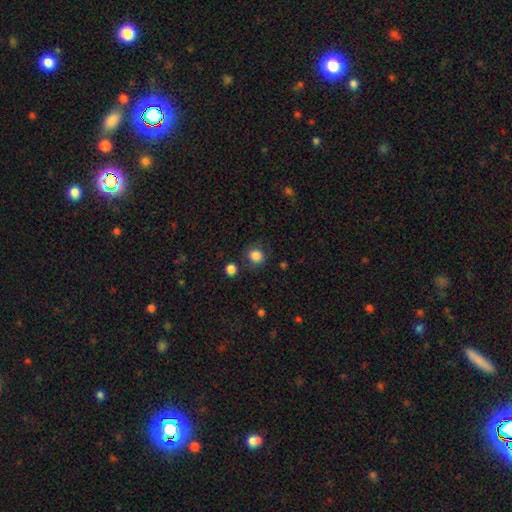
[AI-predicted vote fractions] Smooth or featured?
  - smooth: 84% *
  - star or artifact: 10%
  - featured or disk: 5%
How rounded?
  - round: 83% *
  - in between: 16%
  - cigar-shaped: 1%
Merging?
  - none: 77% *
  - minor disturbance: 12%
  - merger: 5%
  - major disturbance: 5%